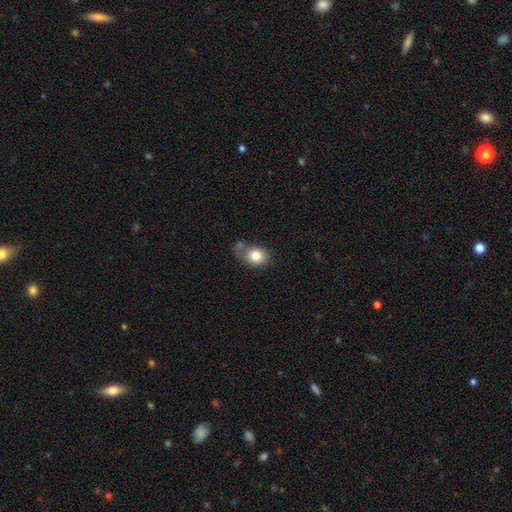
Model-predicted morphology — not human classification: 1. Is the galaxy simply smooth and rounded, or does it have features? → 81% smooth, 11% featured or disk, 8% star or artifact.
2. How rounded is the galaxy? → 53% round, 46% in between, 1% cigar-shaped.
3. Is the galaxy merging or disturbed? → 43% none, 25% minor disturbance, 17% merger, 15% major disturbance.